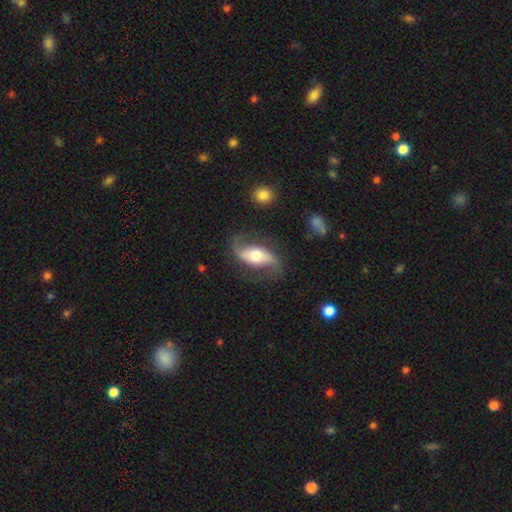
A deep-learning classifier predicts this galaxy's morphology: smooth_or_featured: featured or disk (p=0.77) [alt: smooth p=0.17]
disk_edge_on: no (p=0.93) [alt: yes p=0.07]
bar: no (p=0.41) [alt: weak p=0.31]
has_spiral_arms: yes (p=0.92) [alt: no p=0.08]
spiral_winding: loose (p=0.69) [alt: medium p=0.25]
spiral_arm_count: 2 (p=0.92) [alt: 1 p=0.03]
bulge_size: moderate (p=0.65) [alt: large p=0.19]
merging: none (p=0.69) [alt: minor disturbance p=0.17]